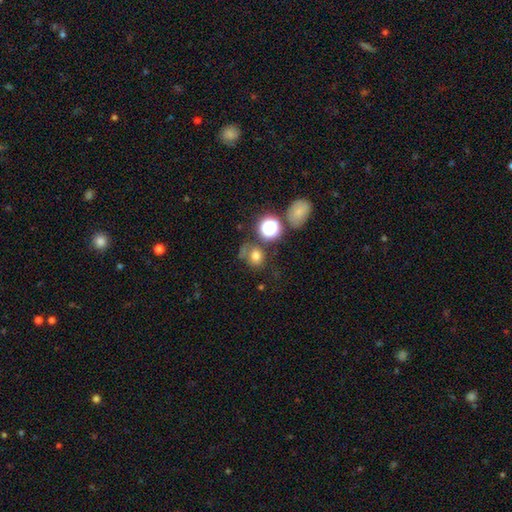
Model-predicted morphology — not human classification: smooth 71%, star or artifact 19%, featured or disk 10%. Down the decision tree: how rounded — round (71%); merging — none (59%).